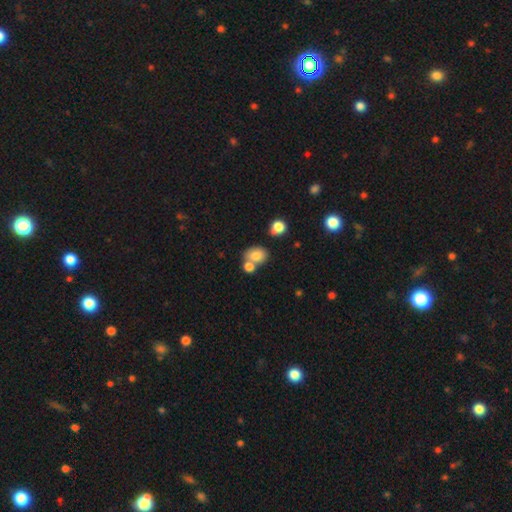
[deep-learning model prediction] A smooth galaxy with no disk features (79%) that is in between round and cigar-shaped (54%).

Vote fractions:
- Smooth or featured? smooth: 79% / featured or disk: 11% / star or artifact: 10%
- How rounded? in between: 54% / round: 45% / cigar-shaped: 1%
- Merging? none: 46% / merger: 39% / minor disturbance: 11% / major disturbance: 4%